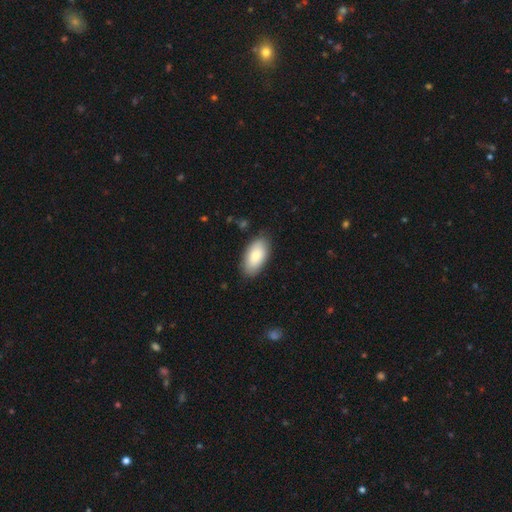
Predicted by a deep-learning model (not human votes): This is clearly a smooth galaxy (80%). How rounded: clearly in between (94%). Merging: clearly none (85%).